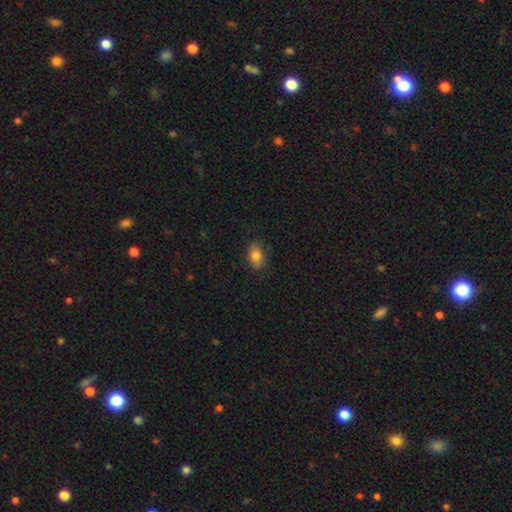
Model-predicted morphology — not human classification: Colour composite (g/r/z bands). It shows a smooth galaxy with no disk features (82%) that is in between round and cigar-shaped (82%). Merging: none (83%).